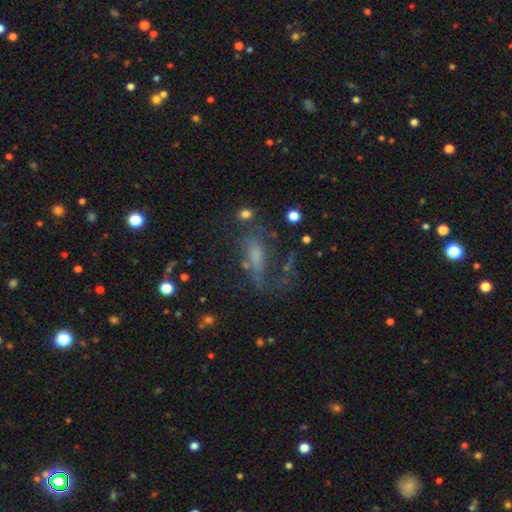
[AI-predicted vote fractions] smooth-or-featured: featured or disk: 50% | smooth: 32% | star or artifact: 18%
  merging: none: 41% | major disturbance: 33% | minor disturbance: 20% | merger: 6%